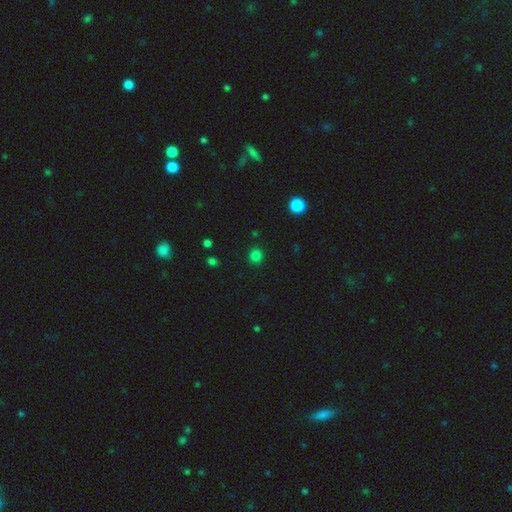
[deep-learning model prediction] This appears to be a smooth galaxy with no disk features (81%) that is round (92%). Merging: none (90%).